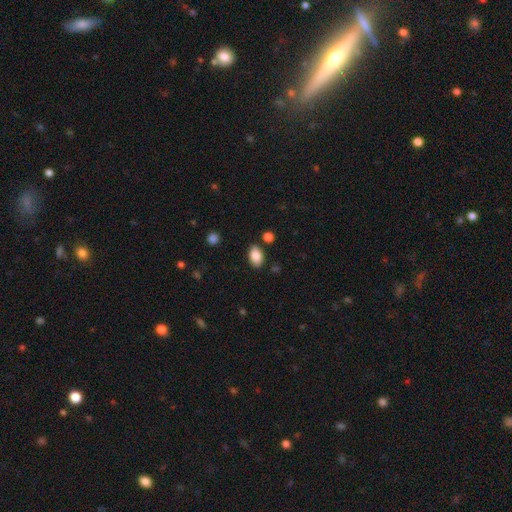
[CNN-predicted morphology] Q: Smooth or featured?
A: smooth (87%); runner-up: star or artifact (8%)
Q: How rounded?
A: in between (89%); runner-up: round (10%)
Q: Merging?
A: none (84%); runner-up: minor disturbance (10%)